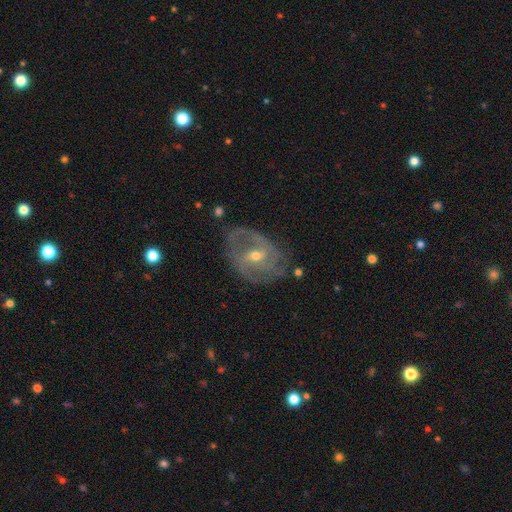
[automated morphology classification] smooth-or-featured: featured or disk: 84% | smooth: 9% | star or artifact: 7%
  disk-edge-on: no: 96% | yes: 4%
    bar: weak: 47% | no: 32% | strong: 22%
    has-spiral-arms: yes: 91% | no: 9%
      spiral-winding: medium: 44% | tight: 40% | loose: 16%
      spiral-arm-count: 2: 51% | can't tell: 22% | 3: 15% | 1: 5% | 4: 4% | more than 4: 3%
    bulge-size: small: 50% | moderate: 47% | large: 1% | none: 1% | dominant: 1%
  merging: none: 67% | minor disturbance: 21% | major disturbance: 9% | merger: 2%